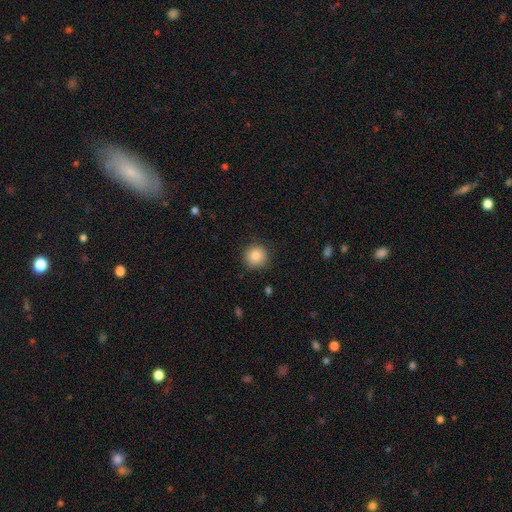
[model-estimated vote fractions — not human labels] Smooth or featured? Predicted: smooth (p=0.86). How rounded? Predicted: round (p=0.93). Merging? Predicted: none (p=0.88).